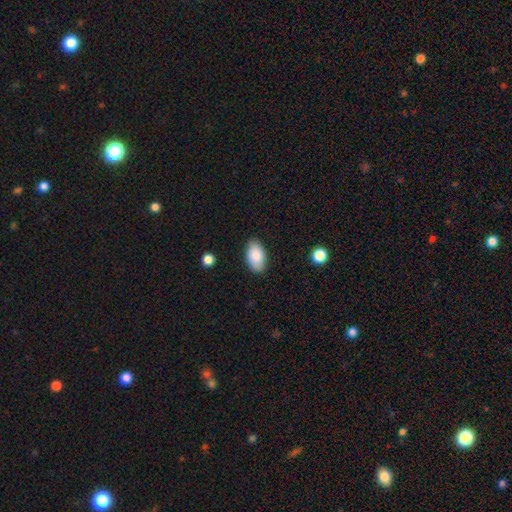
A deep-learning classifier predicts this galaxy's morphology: Smooth or featured?
  - smooth: 87% *
  - featured or disk: 7%
  - star or artifact: 7%
How rounded?
  - in between: 94% *
  - round: 4%
  - cigar-shaped: 1%
Merging?
  - none: 85% *
  - minor disturbance: 11%
  - major disturbance: 2%
  - merger: 1%